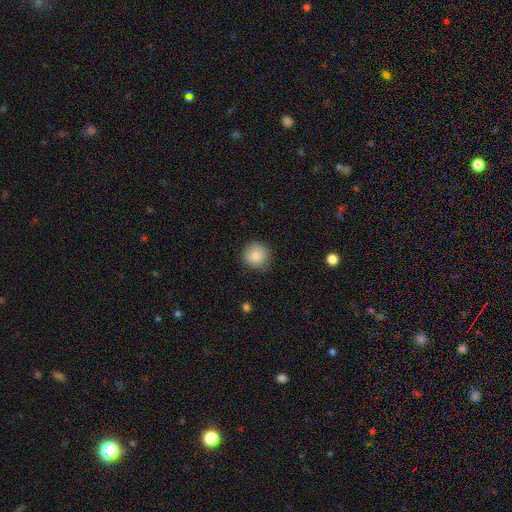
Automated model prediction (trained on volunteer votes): A smooth galaxy with no disk features (86%) that is round (93%).

Vote fractions:
- Smooth or featured? smooth: 86% / star or artifact: 8% / featured or disk: 6%
- How rounded? round: 93% / in between: 6% / cigar-shaped: 1%
- Merging? none: 81% / minor disturbance: 15% / major disturbance: 3% / merger: 1%